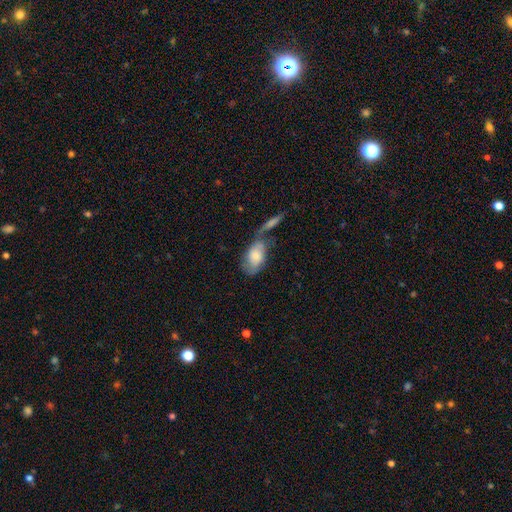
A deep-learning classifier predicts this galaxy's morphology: Q: Smooth or featured?
A: smooth (69%); runner-up: featured or disk (25%)
Q: How rounded?
A: in between (92%); runner-up: round (5%)
Q: Merging?
A: merger (40%); runner-up: none (31%)